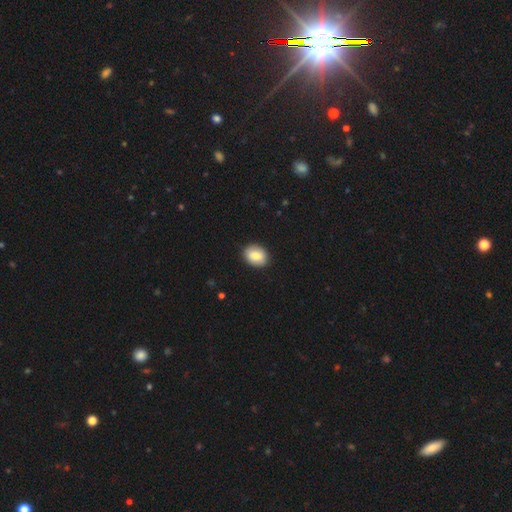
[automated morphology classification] A smooth galaxy with no disk features (79%) that is in between round and cigar-shaped (58%).

Vote fractions:
- Smooth or featured? smooth: 79% / featured or disk: 14% / star or artifact: 7%
- How rounded? in between: 58% / round: 41% / cigar-shaped: 1%
- Merging? none: 90% / minor disturbance: 7% / major disturbance: 2% / merger: 1%